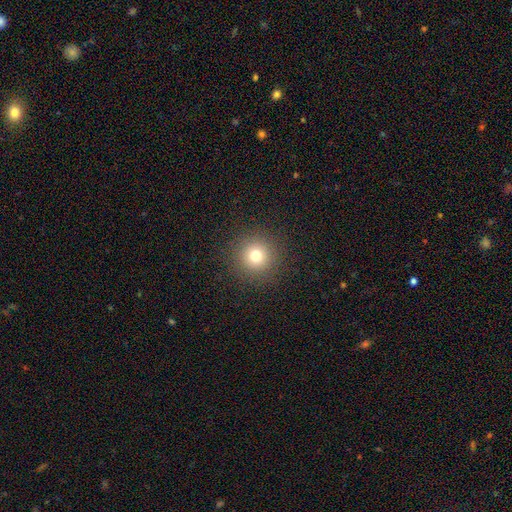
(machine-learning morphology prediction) Smooth or featured? Predicted: smooth (p=0.75). How rounded? Predicted: round (p=0.96). Merging? Predicted: none (p=0.91).